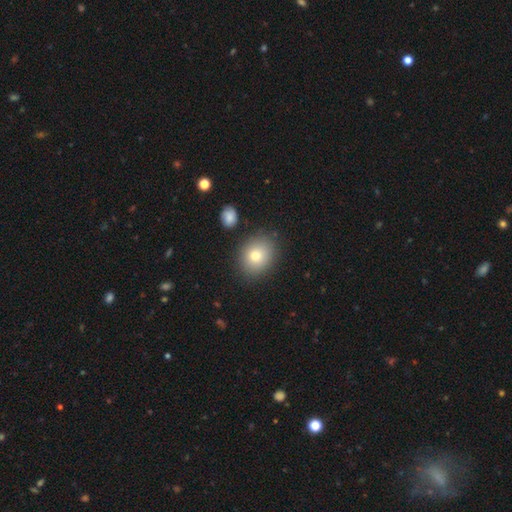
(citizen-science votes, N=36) Smooth or featured?
  - smooth: 89% *
  - featured or disk: 11%
  - star or artifact: 0%
How rounded?
  - in between: 56% *
  - round: 44%
  - cigar-shaped: 0%
Merging?
  - none: 86% *
  - minor disturbance: 14%
  - major disturbance: 0%
  - merger: 0%